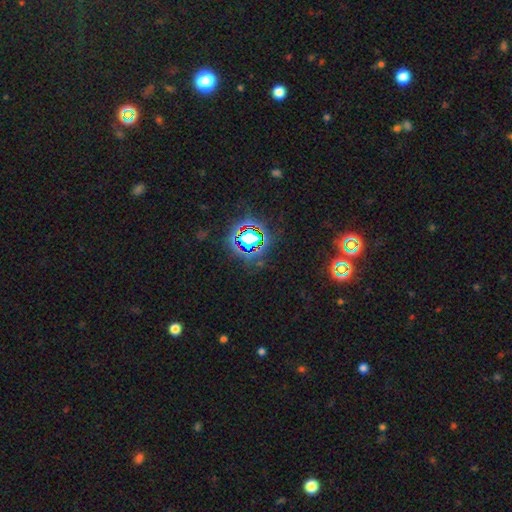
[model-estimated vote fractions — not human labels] Smooth or featured?
  - star or artifact: 81% *
  - smooth: 12%
  - featured or disk: 8%